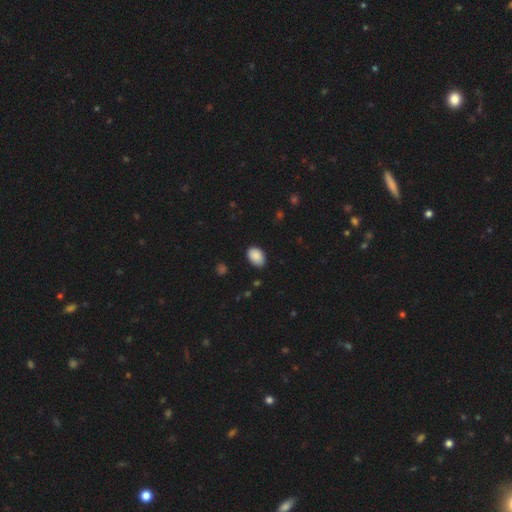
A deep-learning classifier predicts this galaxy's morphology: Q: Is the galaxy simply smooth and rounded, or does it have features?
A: smooth — 89%.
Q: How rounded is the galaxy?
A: in between — 84%.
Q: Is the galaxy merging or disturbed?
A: none — 81%.